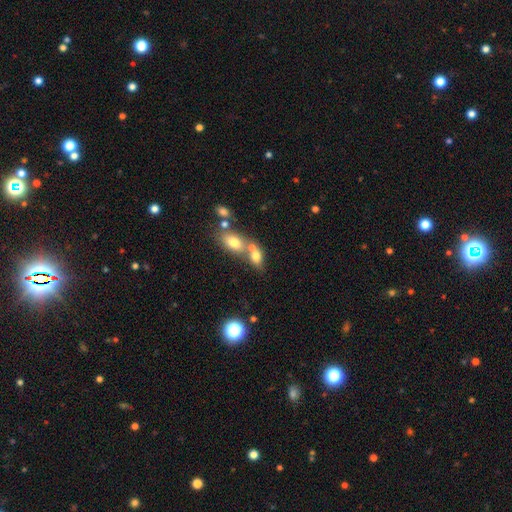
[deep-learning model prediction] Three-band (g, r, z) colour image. It shows a smooth galaxy with no disk features (72%) that is in between round and cigar-shaped (73%). Merging: merger (60%).